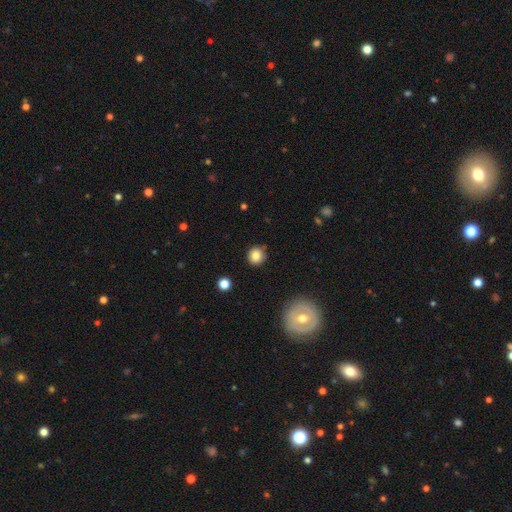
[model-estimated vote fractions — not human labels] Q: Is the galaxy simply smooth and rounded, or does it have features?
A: smooth — 83%.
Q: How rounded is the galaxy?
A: round — 90%.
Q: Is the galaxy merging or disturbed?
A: none — 85%.